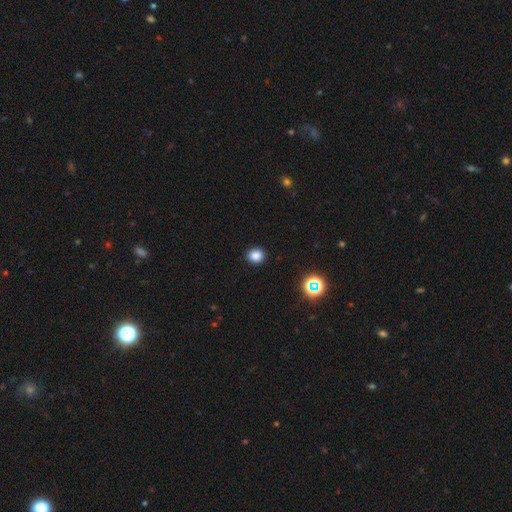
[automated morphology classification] Q: Smooth or featured?
A: smooth (83%); runner-up: star or artifact (14%)
Q: How rounded?
A: round (83%); runner-up: in between (16%)
Q: Merging?
A: none (92%); runner-up: minor disturbance (5%)